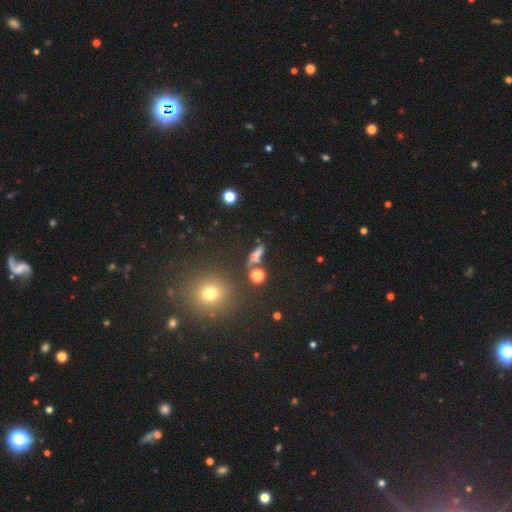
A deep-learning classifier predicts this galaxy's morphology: smooth_or_featured: smooth (p=0.57) [alt: star or artifact p=0.23]
how_rounded: cigar-shaped (p=0.51) [alt: in between p=0.27]
merging: none (p=0.60) [alt: merger p=0.17]